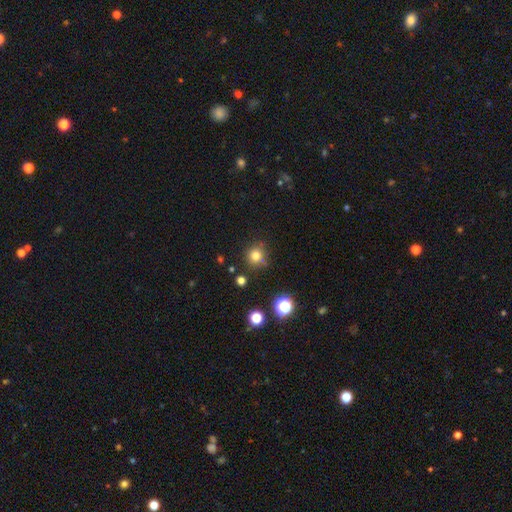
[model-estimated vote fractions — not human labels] Overall: smooth (77%). How rounded: round (93%). Merging: none (81%).